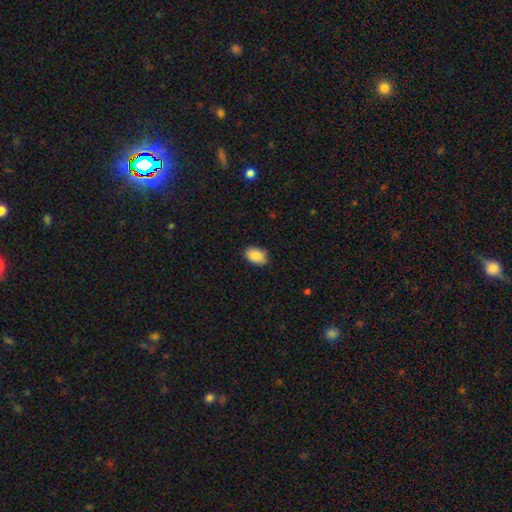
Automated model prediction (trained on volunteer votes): smooth 88%, star or artifact 7%, featured or disk 5%. Down the decision tree: how rounded — in between (87%); merging — none (80%).